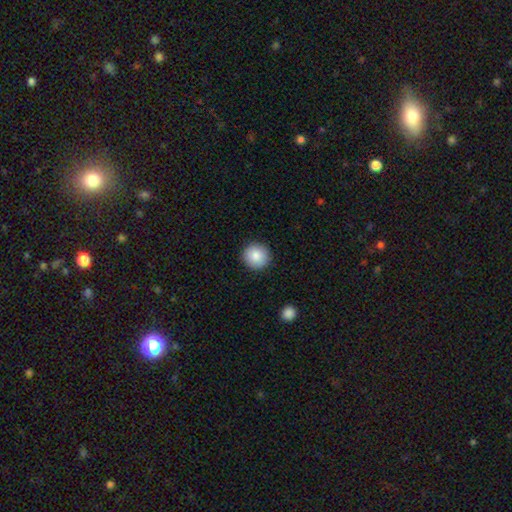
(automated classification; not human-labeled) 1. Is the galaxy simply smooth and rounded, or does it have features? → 85% smooth, 8% star or artifact, 7% featured or disk.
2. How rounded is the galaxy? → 94% round, 5% in between, 1% cigar-shaped.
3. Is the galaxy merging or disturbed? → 92% none, 6% minor disturbance, 2% major disturbance, 1% merger.